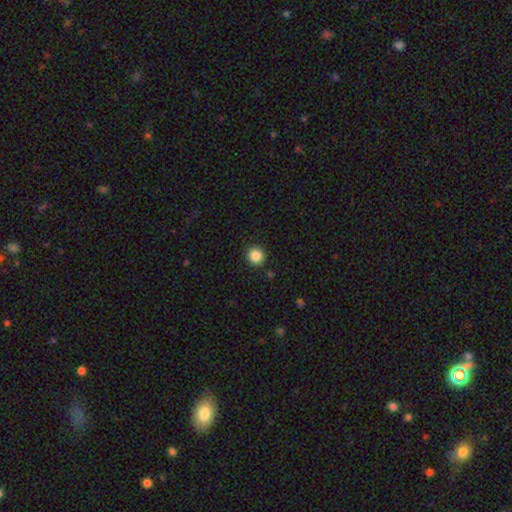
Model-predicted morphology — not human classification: This is clearly a smooth galaxy (86%). How rounded: clearly round (94%). Merging: clearly none (92%).